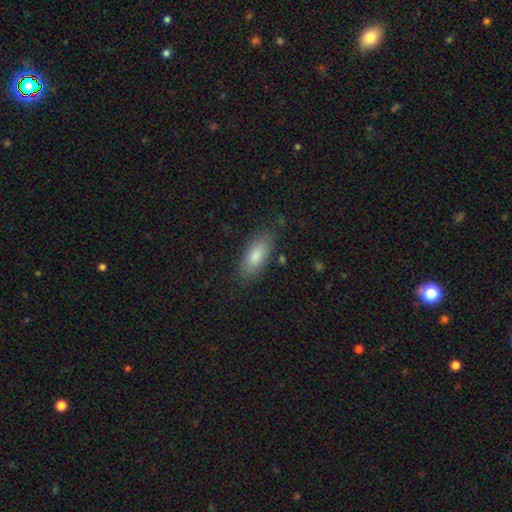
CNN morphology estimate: This appears to be a smooth galaxy with no disk features (80%) that is in between round and cigar-shaped (81%). Merging: none (81%).